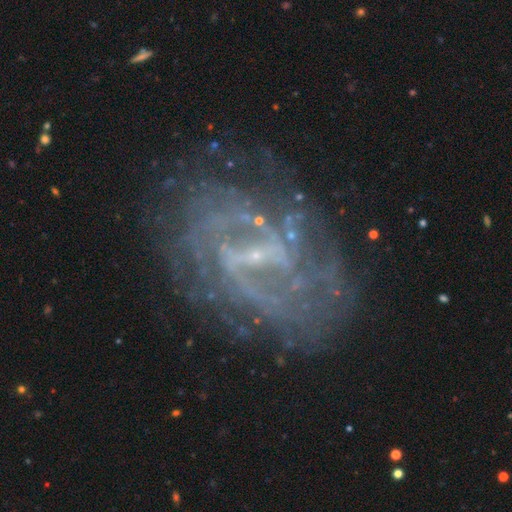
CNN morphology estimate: type=featured or disk (82%); edge-on=no (97%); bar=weak (49%); spiral arms=yes (75%); winding=tight (38%); arm count=can't tell (48%); bulge=small (66%); merging=none (65%).